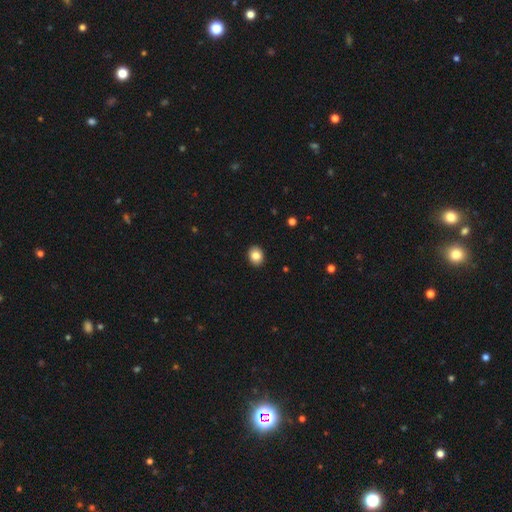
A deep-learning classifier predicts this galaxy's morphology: This is clearly a smooth galaxy (85%). How rounded: possibly round (50%). Merging: clearly none (92%).